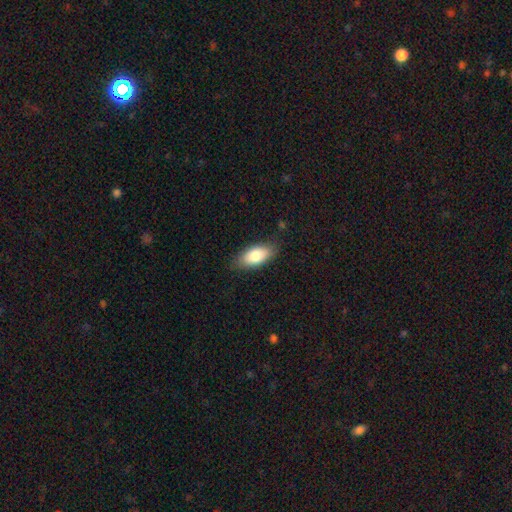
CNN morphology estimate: A smooth galaxy with no disk features (80%) that is in between round and cigar-shaped (88%). Merging: none (82%).